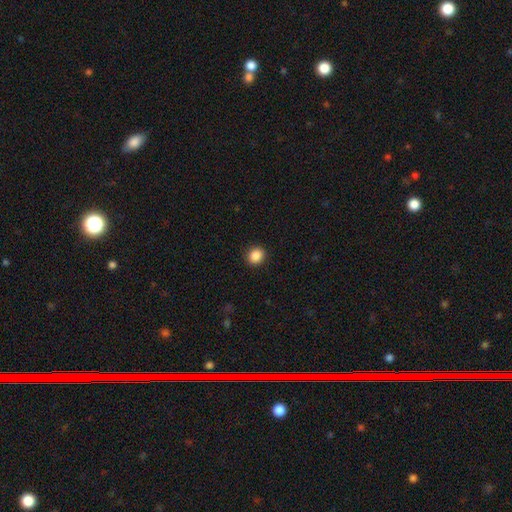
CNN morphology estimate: Q: Smooth or featured?
A: smooth (88%); runner-up: star or artifact (9%)
Q: How rounded?
A: round (79%); runner-up: in between (20%)
Q: Merging?
A: none (92%); runner-up: minor disturbance (6%)